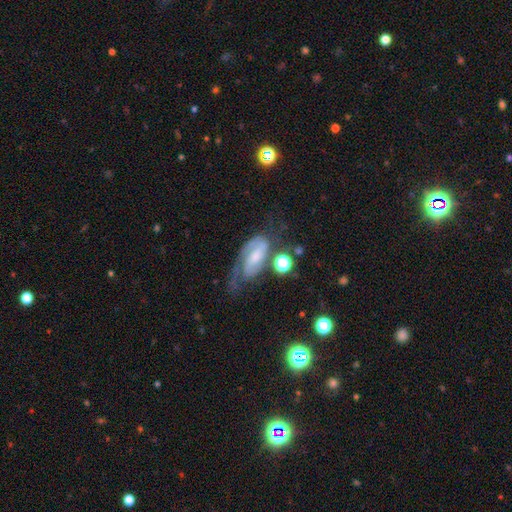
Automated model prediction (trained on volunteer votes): Q: Smooth or featured?
A: featured or disk (73%); runner-up: smooth (19%)
Q: Edge-on disk?
A: no (94%); runner-up: yes (6%)
Q: Bar?
A: no (42%); runner-up: weak (39%)
Q: Spiral arms?
A: yes (90%); runner-up: no (10%)
Q: Spiral winding?
A: medium (43%); runner-up: tight (38%)
Q: Spiral arm count?
A: 2 (53%); runner-up: 1 (27%)
Q: Bulge size?
A: small (43%); runner-up: moderate (31%)
Q: Merging?
A: none (40%); runner-up: major disturbance (30%)